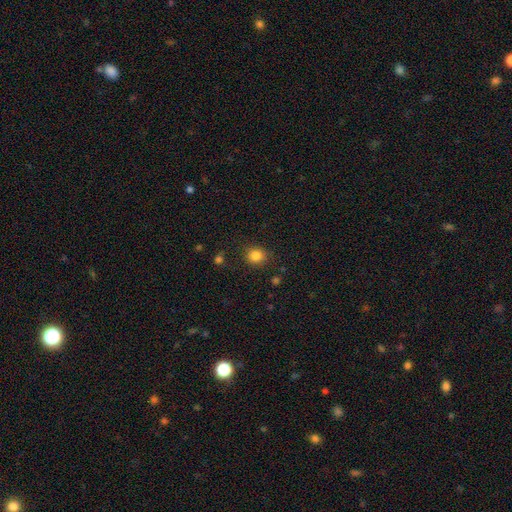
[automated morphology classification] A smooth galaxy with no disk features (84%) that is round (79%).

Vote fractions:
- Smooth or featured? smooth: 84% / star or artifact: 11% / featured or disk: 5%
- How rounded? round: 79% / in between: 20% / cigar-shaped: 1%
- Merging? none: 85% / minor disturbance: 10% / major disturbance: 3% / merger: 2%